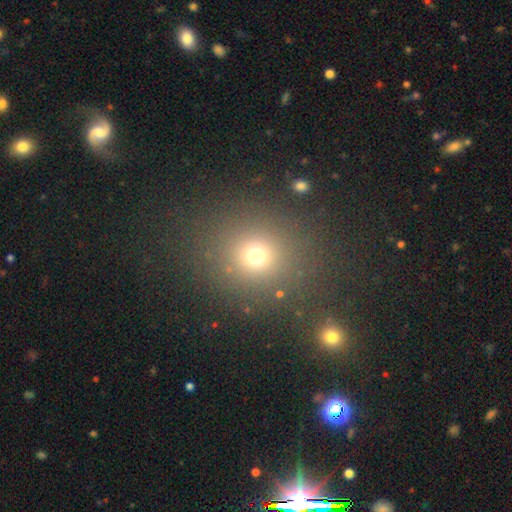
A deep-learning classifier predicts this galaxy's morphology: Overall: smooth (69%). How rounded: round (82%). Merging: none (82%).